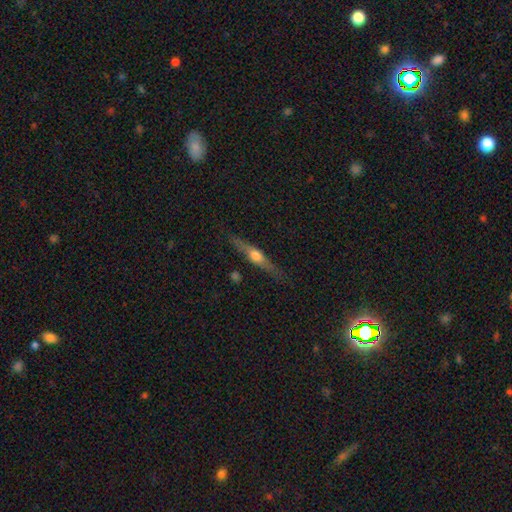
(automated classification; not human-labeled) Overall: featured or disk (62%; smooth 31%). Edge-on disk: yes (95%). Edge-on bulge: rounded (91%). Merging: none (85%).